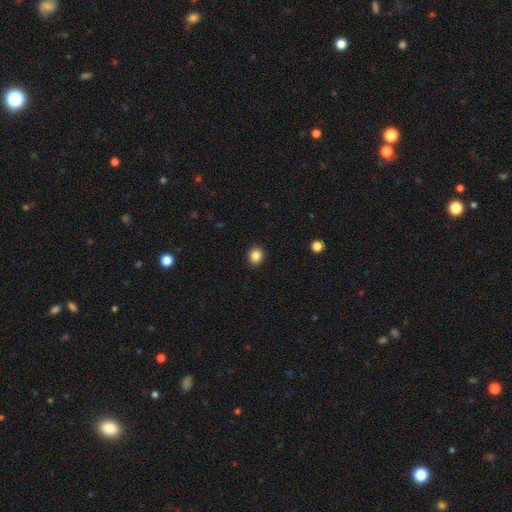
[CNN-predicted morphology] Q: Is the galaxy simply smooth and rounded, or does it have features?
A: smooth — 86%.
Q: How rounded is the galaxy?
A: round — 75%.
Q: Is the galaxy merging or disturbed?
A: none — 92%.